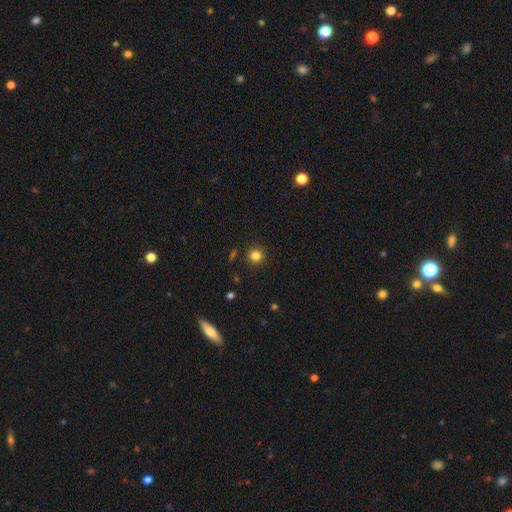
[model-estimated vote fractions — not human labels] Overall: smooth (82%). How rounded: round (93%). Merging: none (90%).